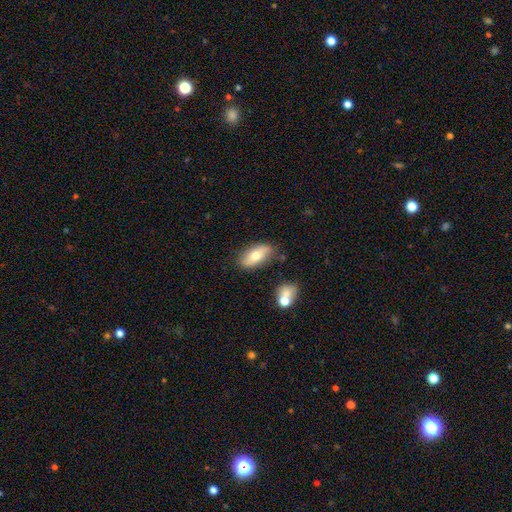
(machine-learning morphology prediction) Smooth or featured: smooth — 63% (featured or disk — 30%)
How rounded: in between — 85% (cigar-shaped — 11%)
Merging: none — 75% (minor disturbance — 17%)